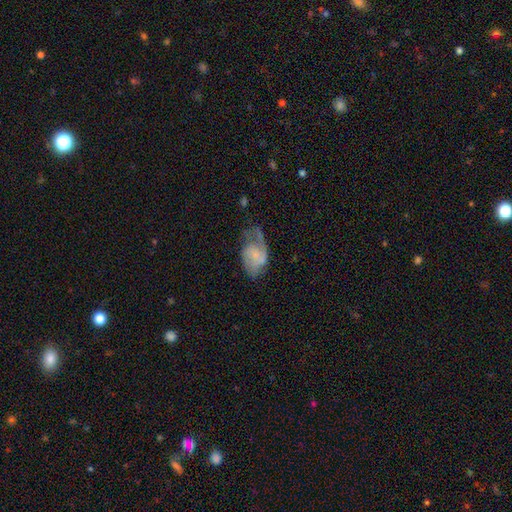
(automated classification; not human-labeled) smooth_or_featured: featured or disk (p=0.64) [alt: smooth p=0.29]
disk_edge_on: no (p=0.97) [alt: yes p=0.03]
bar: no (p=0.56) [alt: weak p=0.36]
has_spiral_arms: yes (p=0.84) [alt: no p=0.16]
spiral_winding: medium (p=0.44) [alt: loose p=0.37]
spiral_arm_count: 2 (p=0.67) [alt: 1 p=0.15]
bulge_size: small (p=0.56) [alt: none p=0.25]
merging: none (p=0.37) [alt: major disturbance p=0.30]